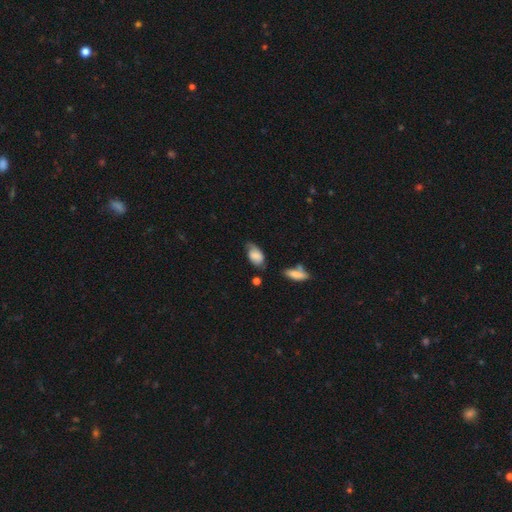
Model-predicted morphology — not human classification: Smooth or featured: smooth — 69% (featured or disk — 23%)
How rounded: in between — 91% (round — 5%)
Merging: none — 54% (minor disturbance — 31%)